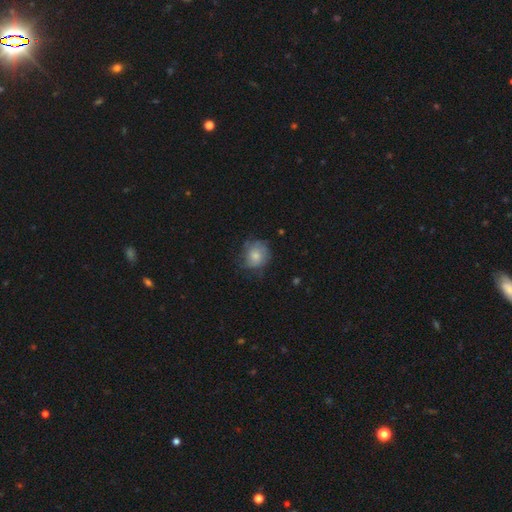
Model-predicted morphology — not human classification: Smooth or featured? Predicted: smooth (p=0.64). How rounded? Predicted: round (p=0.76). Merging? Predicted: none (p=0.59).